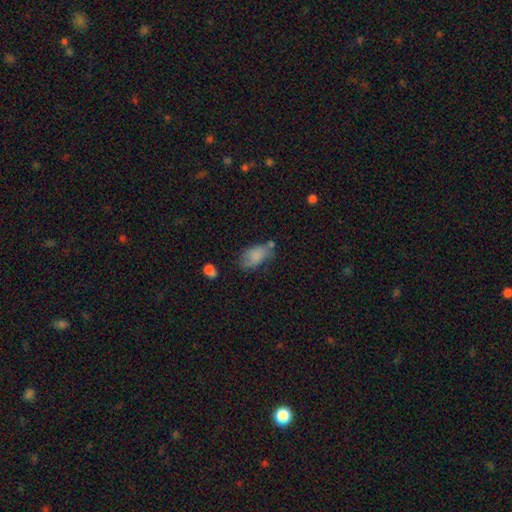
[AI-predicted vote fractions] smooth_or_featured: smooth (p=0.77) [alt: featured or disk p=0.14]
how_rounded: in between (p=0.92) [alt: round p=0.05]
merging: none (p=0.46) [alt: minor disturbance p=0.31]